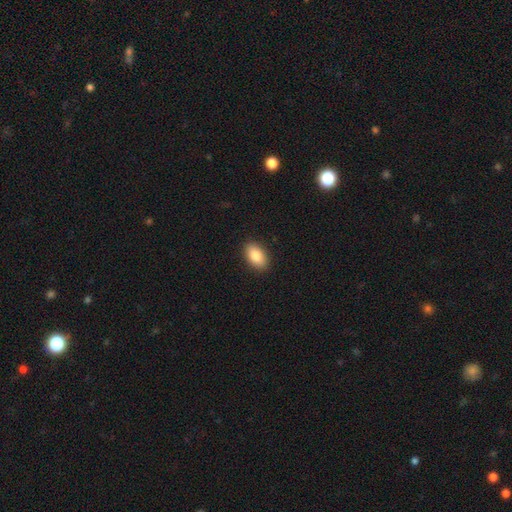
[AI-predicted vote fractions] This appears to be a smooth galaxy with no disk features (85%) that is in between round and cigar-shaped (92%). Merging: none (90%).